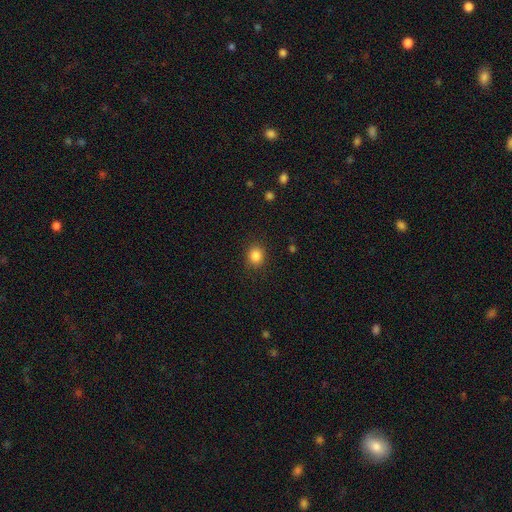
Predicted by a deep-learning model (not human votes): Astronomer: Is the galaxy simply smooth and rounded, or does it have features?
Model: smooth — 86%.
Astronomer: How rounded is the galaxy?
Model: round — 72%.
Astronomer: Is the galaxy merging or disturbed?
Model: none — 88%.